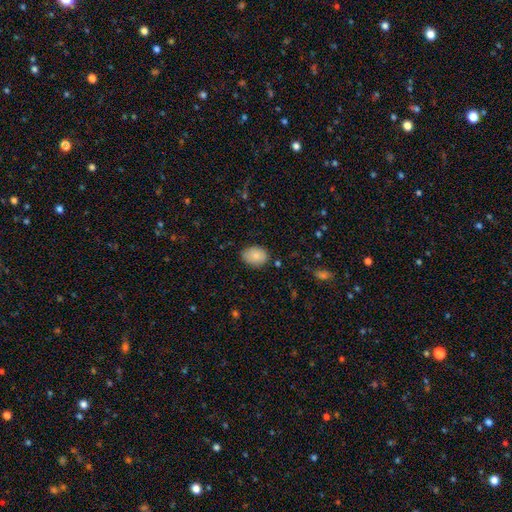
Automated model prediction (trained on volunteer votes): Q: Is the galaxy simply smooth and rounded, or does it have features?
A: smooth — 83%.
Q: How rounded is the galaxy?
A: in between — 79%.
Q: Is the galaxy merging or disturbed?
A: none — 81%.